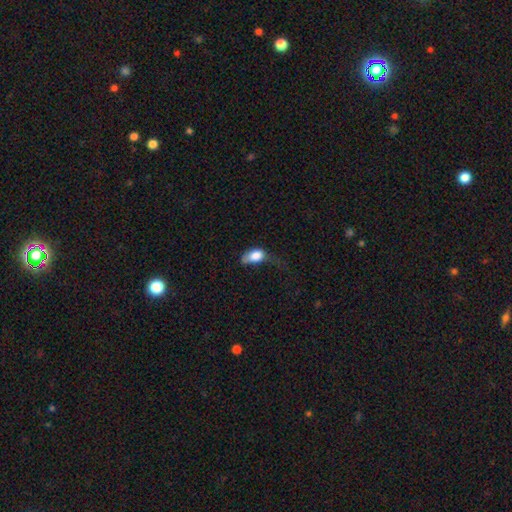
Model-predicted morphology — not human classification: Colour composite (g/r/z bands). It shows a smooth galaxy with no disk features (80%) that is in between round and cigar-shaped (88%). Merging: major disturbance (42%).